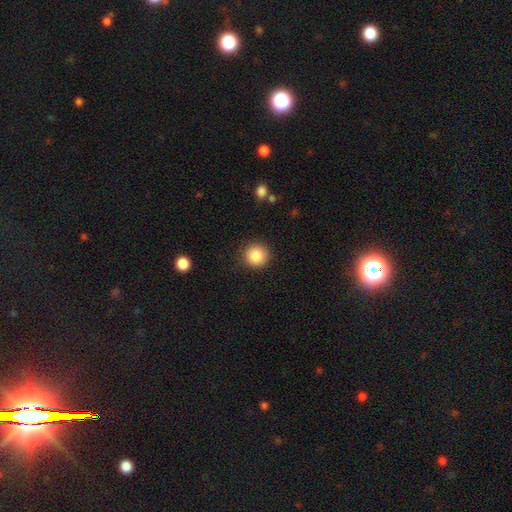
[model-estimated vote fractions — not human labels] A smooth galaxy with no disk features (85%) that is round (93%).

Vote fractions:
- Smooth or featured? smooth: 85% / star or artifact: 9% / featured or disk: 5%
- How rounded? round: 93% / in between: 6% / cigar-shaped: 1%
- Merging? none: 89% / minor disturbance: 7% / major disturbance: 2% / merger: 1%